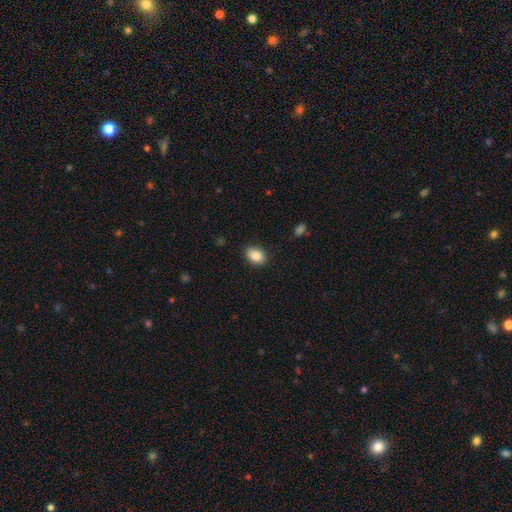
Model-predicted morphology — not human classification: This appears to be a smooth galaxy with no disk features (87%) that is in between round and cigar-shaped (83%). Merging: none (86%).